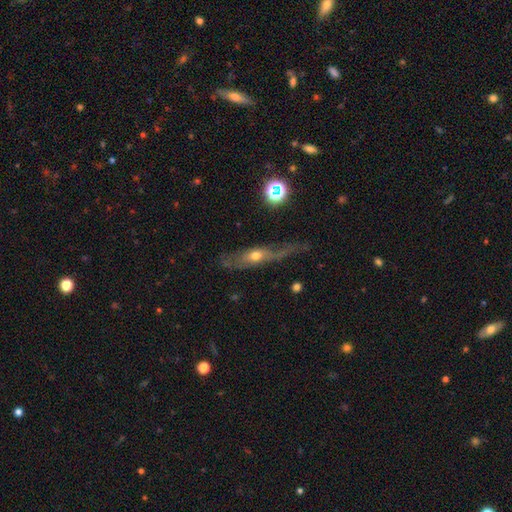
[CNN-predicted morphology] A featured or disk galaxy (54%) viewed edge-on (53%). Merging: none (41%).